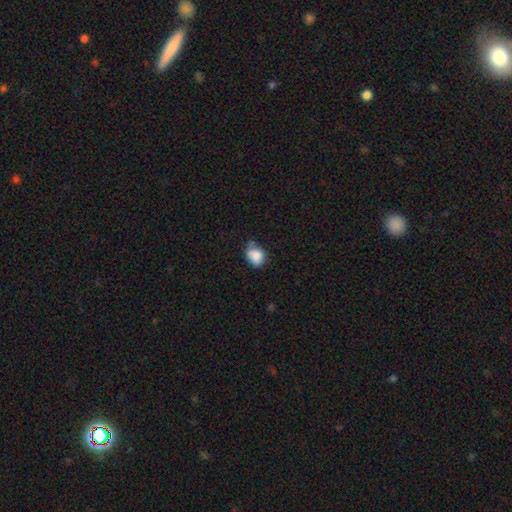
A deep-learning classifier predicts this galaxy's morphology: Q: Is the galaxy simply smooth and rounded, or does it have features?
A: smooth — 84%.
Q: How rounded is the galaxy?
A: round — 52%.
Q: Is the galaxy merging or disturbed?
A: none — 48%.